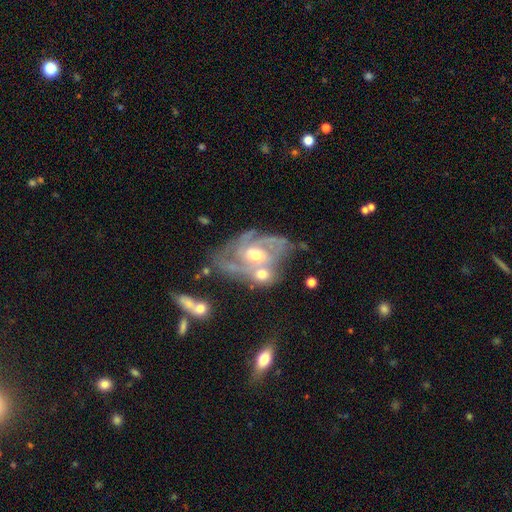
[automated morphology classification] smooth_or_featured: featured or disk (p=0.84) [alt: smooth p=0.10]
disk_edge_on: no (p=0.97) [alt: yes p=0.03]
bar: no (p=0.55) [alt: weak p=0.35]
has_spiral_arms: yes (p=0.90) [alt: no p=0.10]
spiral_winding: tight (p=0.45) [alt: medium p=0.43]
spiral_arm_count: 2 (p=0.34) [alt: 3 p=0.28]
bulge_size: moderate (p=0.62) [alt: small p=0.31]
merging: none (p=0.35) [alt: merger p=0.34]